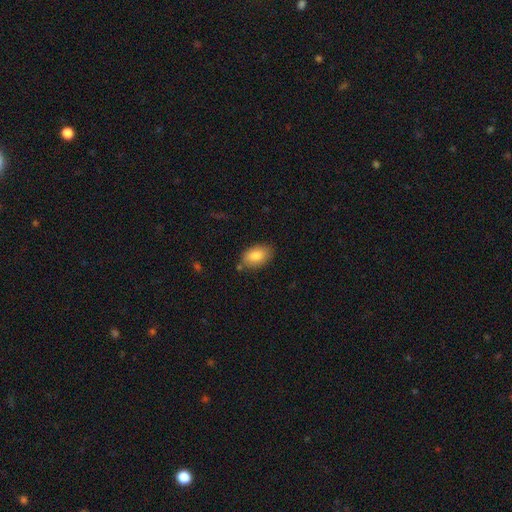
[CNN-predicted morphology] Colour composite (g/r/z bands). It shows a smooth galaxy with no disk features (82%) that is in between round and cigar-shaped (90%). Merging: none (79%).